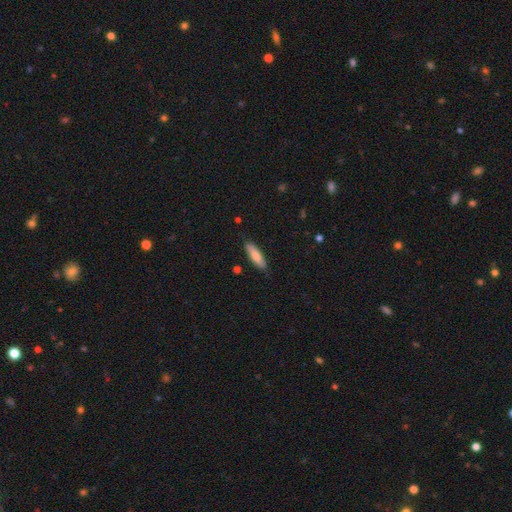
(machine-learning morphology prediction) Smooth or featured? smooth (79%)
How rounded? cigar-shaped (59%)
Merging? none (87%)